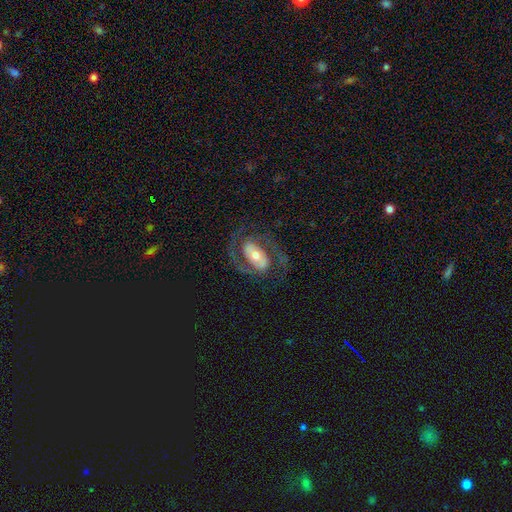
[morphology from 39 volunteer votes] featured or disk 85%, smooth 15%, star or artifact 0%. Down the decision tree: edge-on disk — no (97%); bar — strong (47%); spiral arms — yes (91%); spiral arm count — 2 (90%); spiral winding — medium (45%); bulge size — moderate (53%); merging — none (59%).